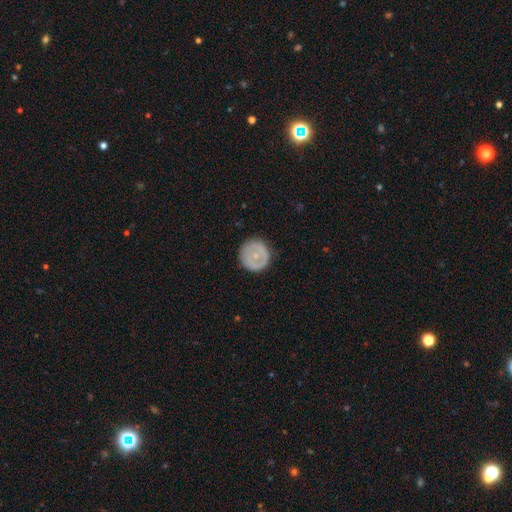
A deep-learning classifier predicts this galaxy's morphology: smooth_or_featured: smooth (p=0.59) [alt: featured or disk p=0.35]
how_rounded: round (p=0.94) [alt: in between p=0.05]
merging: none (p=0.85) [alt: minor disturbance p=0.11]